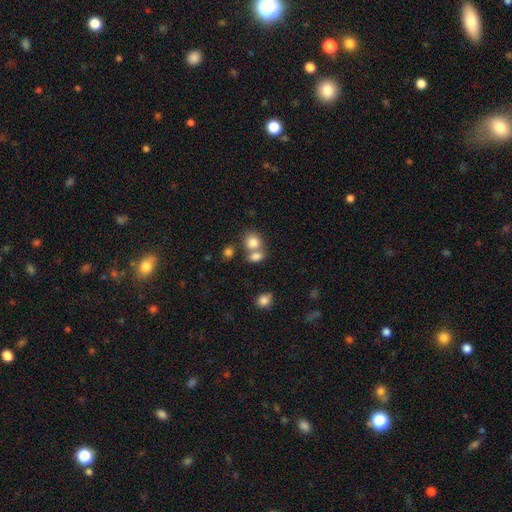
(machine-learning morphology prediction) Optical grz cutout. It shows a smooth galaxy with no disk features (80%) that is round (50%). Merging: merger (46%).